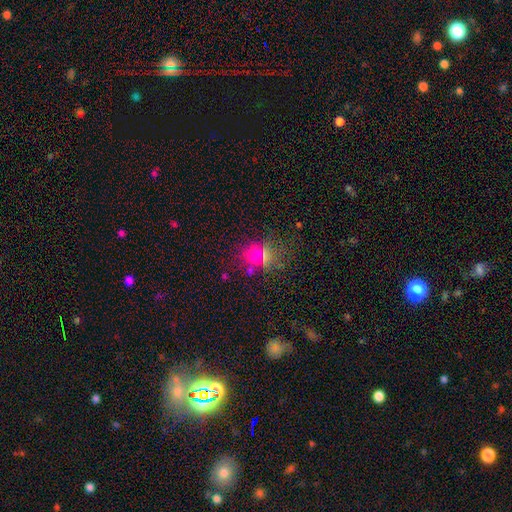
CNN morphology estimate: Smooth or featured: smooth — 62% (star or artifact — 27%)
How rounded: round — 72% (in between — 26%)
Merging: none — 73% (minor disturbance — 13%)